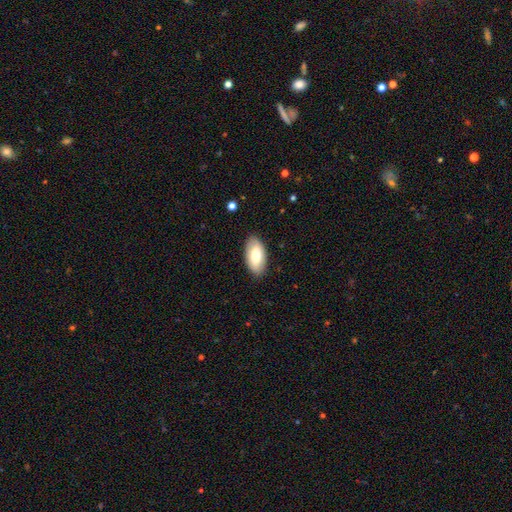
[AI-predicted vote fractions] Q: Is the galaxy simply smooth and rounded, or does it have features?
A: smooth — 70%.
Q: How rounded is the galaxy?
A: in between — 94%.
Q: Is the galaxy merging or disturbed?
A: none — 86%.